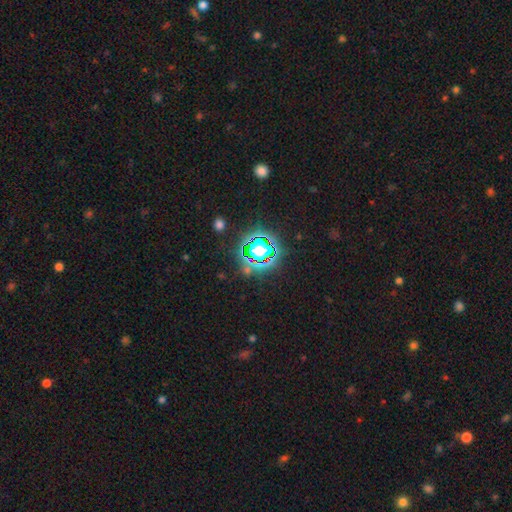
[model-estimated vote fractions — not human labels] This is likely a star or artifact rather than a galaxy (78%).